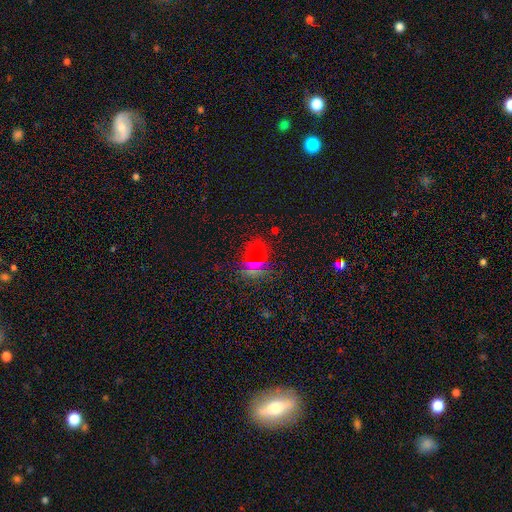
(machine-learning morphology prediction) Smooth or featured? Predicted: smooth (p=0.60). How rounded? Predicted: in between (p=0.63). Merging? Predicted: none (p=0.74).